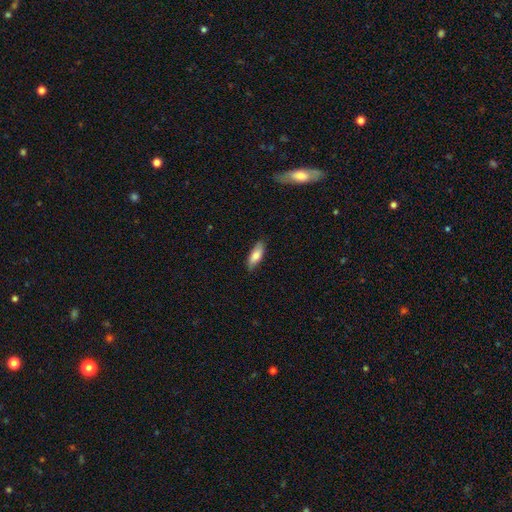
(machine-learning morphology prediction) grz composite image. It shows a smooth galaxy with no disk features (76%) that is in between round and cigar-shaped (66%). Merging: none (81%).